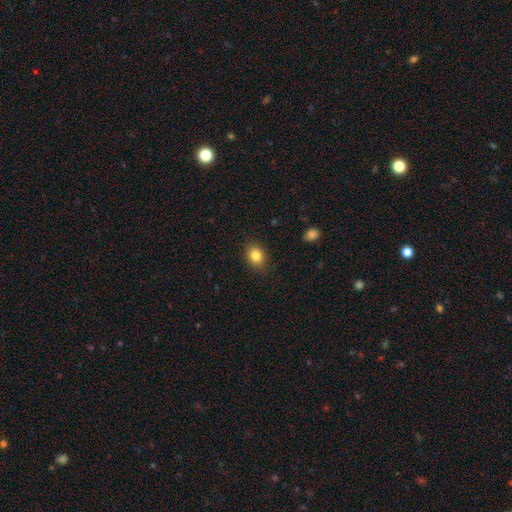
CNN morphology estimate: smooth-or-featured: smooth: 83% | star or artifact: 10% | featured or disk: 7%
  how-rounded: in between: 52% | round: 47% | cigar-shaped: 1%
  merging: none: 85% | minor disturbance: 11% | major disturbance: 3% | merger: 1%